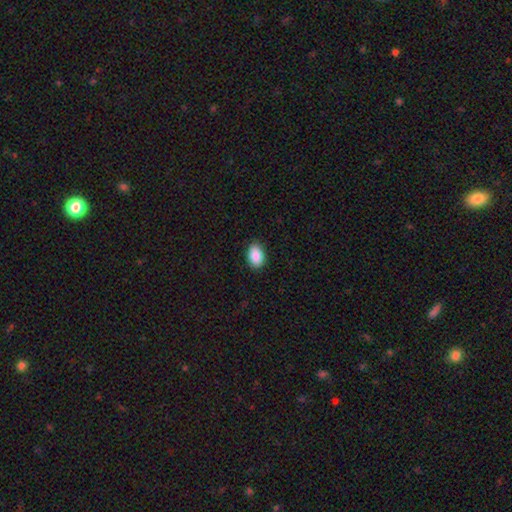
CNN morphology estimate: A smooth galaxy with no disk features (89%) that is in between round and cigar-shaped (89%).

Vote fractions:
- Smooth or featured? smooth: 89% / star or artifact: 7% / featured or disk: 4%
- How rounded? in between: 89% / round: 10% / cigar-shaped: 1%
- Merging? none: 89% / minor disturbance: 8% / major disturbance: 2% / merger: 1%